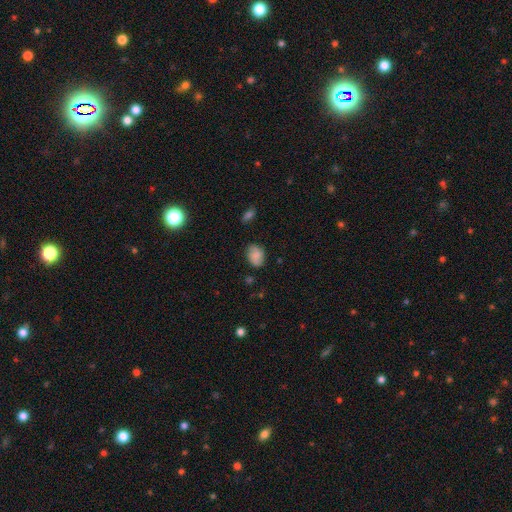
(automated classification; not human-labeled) The model was most divided on "how rounded": in between: 74%, round: 25%, cigar-shaped: 1%. More confident: smooth or featured — smooth (77%); merging — none (75%).